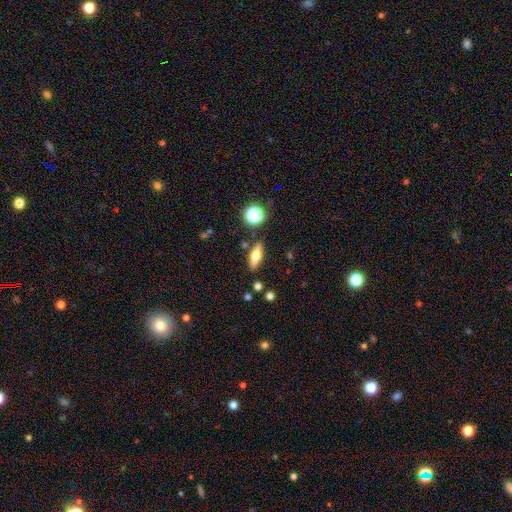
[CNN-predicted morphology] type=smooth (47%); merging=none (85%).